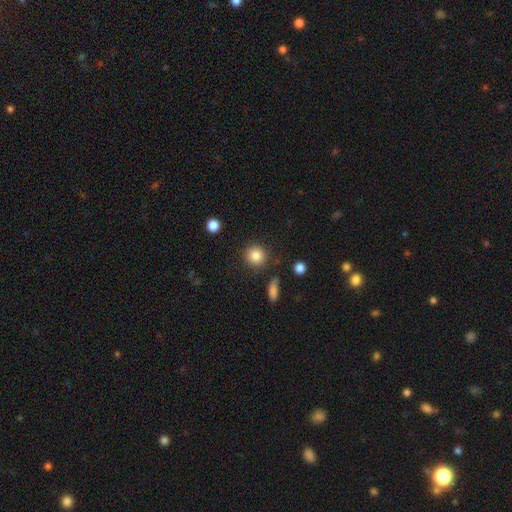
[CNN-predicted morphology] Smooth or featured? Predicted: smooth (p=0.85). How rounded? Predicted: round (p=0.91). Merging? Predicted: none (p=0.86).